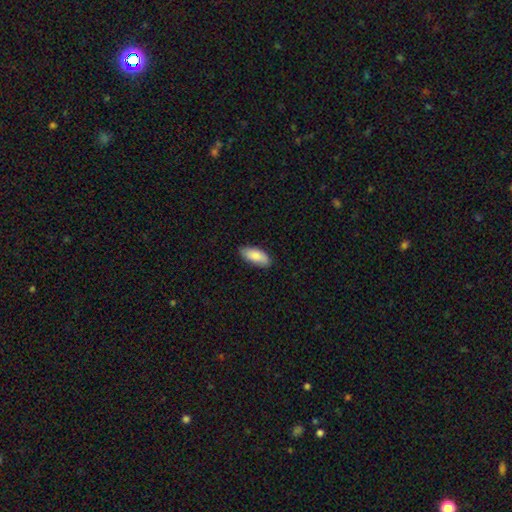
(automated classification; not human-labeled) The model was most divided on "how rounded": in between: 85%, cigar-shaped: 14%, round: 2%. More confident: merging — none (84%); smooth or featured — smooth (84%).